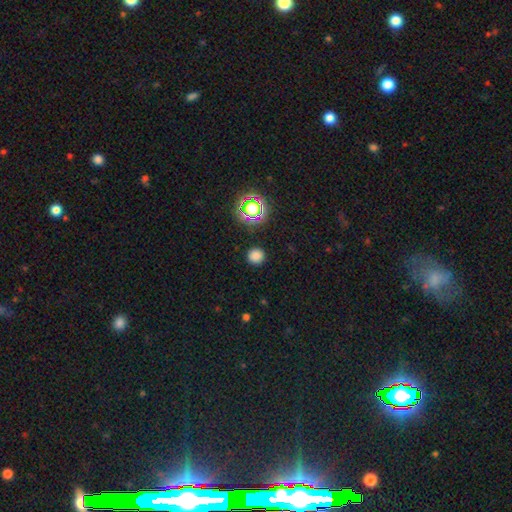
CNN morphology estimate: Overall: smooth (77%). How rounded: round (92%). Merging: none (90%).